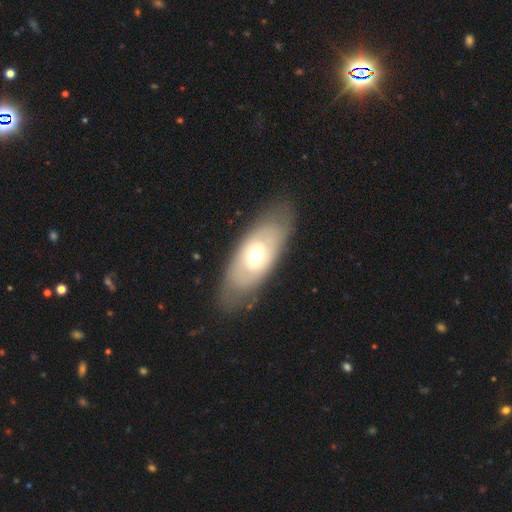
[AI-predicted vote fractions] The model was most divided on "smooth or featured": featured or disk: 49%, smooth: 44%, star or artifact: 6%. More confident: merging — none (79%).